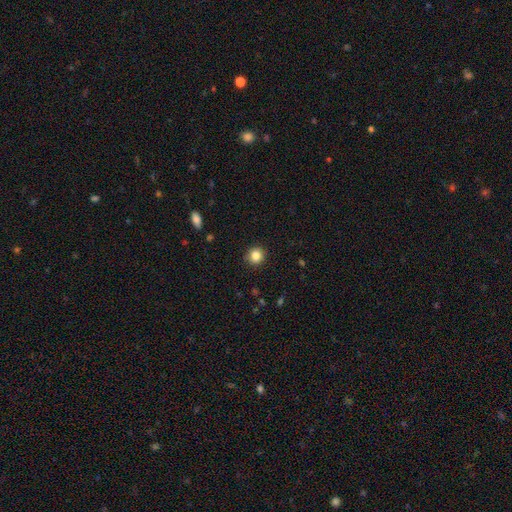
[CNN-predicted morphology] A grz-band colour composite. It shows a smooth galaxy with no disk features (85%) that is round (90%). Merging: none (90%).